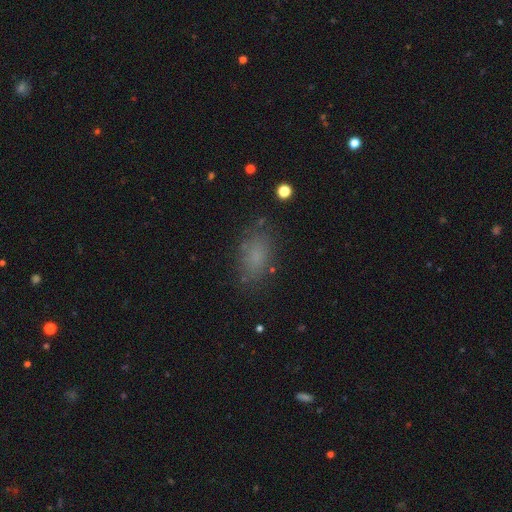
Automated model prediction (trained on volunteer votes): This appears to be a smooth galaxy with no disk features (77%) that is in between round and cigar-shaped (87%). Merging: none (77%).